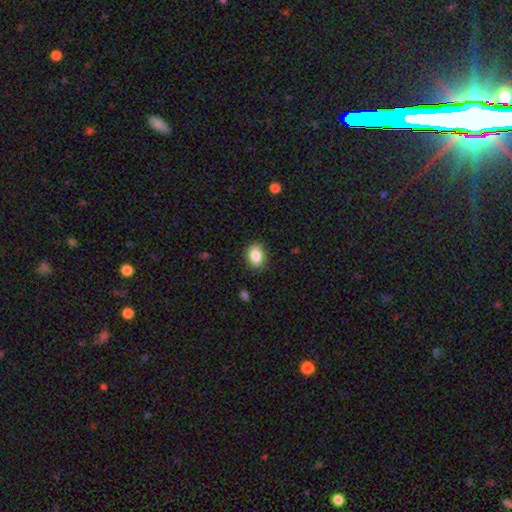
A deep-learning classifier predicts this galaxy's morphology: Q: Smooth or featured?
A: smooth (84%); runner-up: star or artifact (8%)
Q: How rounded?
A: in between (68%); runner-up: round (30%)
Q: Merging?
A: none (83%); runner-up: minor disturbance (13%)